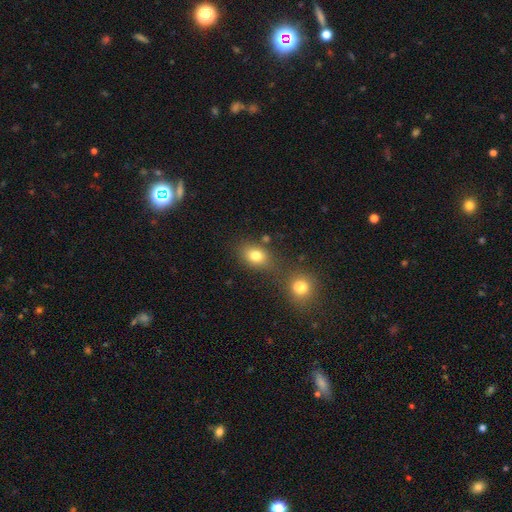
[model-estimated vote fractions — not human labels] Smooth or featured? smooth (79%)
How rounded? in between (59%)
Merging? none (60%)